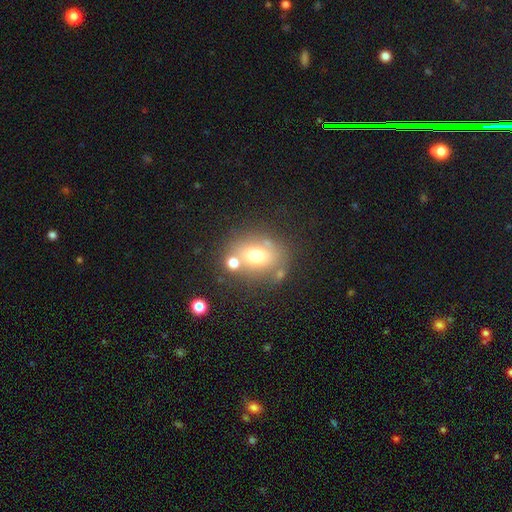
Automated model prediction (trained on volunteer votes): A smooth galaxy with no disk features (67%) that is in between round and cigar-shaped (55%).

Vote fractions:
- Smooth or featured? smooth: 67% / featured or disk: 20% / star or artifact: 14%
- How rounded? in between: 55% / round: 44% / cigar-shaped: 1%
- Merging? none: 62% / merger: 17% / minor disturbance: 15% / major disturbance: 7%